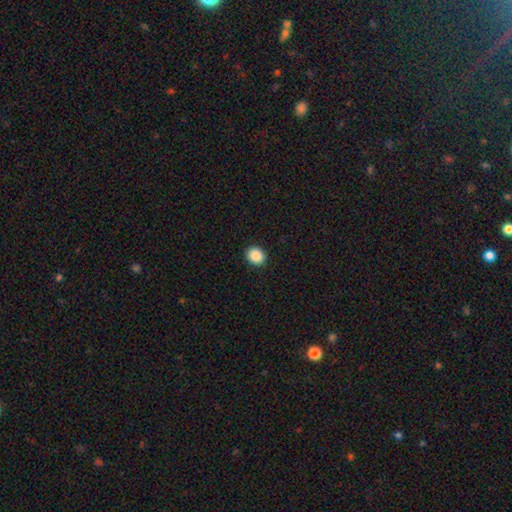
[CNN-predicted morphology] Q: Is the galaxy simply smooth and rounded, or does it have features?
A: smooth — 89%.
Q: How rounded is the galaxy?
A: round — 72%.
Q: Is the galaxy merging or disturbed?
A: none — 92%.